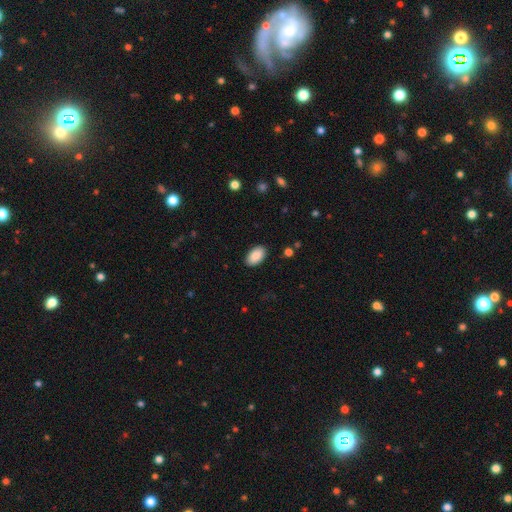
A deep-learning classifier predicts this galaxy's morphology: Smooth or featured? Predicted: smooth (p=0.89). How rounded? Predicted: in between (p=0.95). Merging? Predicted: none (p=0.89).